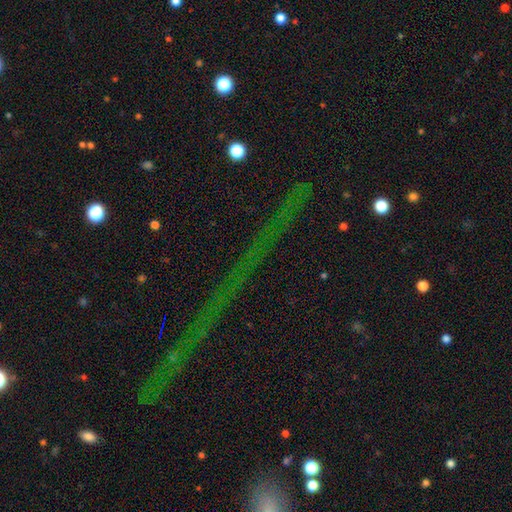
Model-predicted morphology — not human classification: This appears to be a star or artifact, not a galaxy (75%).